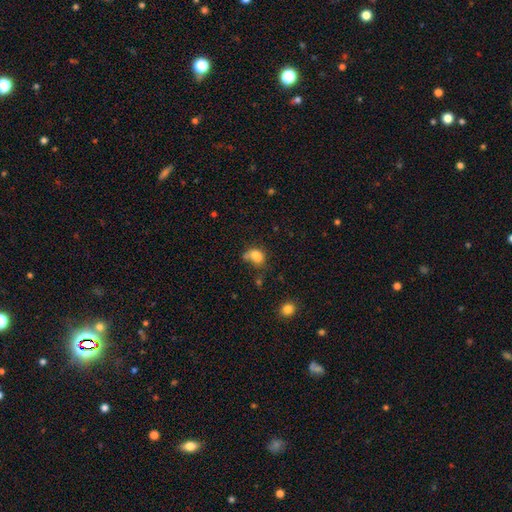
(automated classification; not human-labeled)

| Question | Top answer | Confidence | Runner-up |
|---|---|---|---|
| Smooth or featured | smooth | 78% | star or artifact (12%) |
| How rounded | in between | 66% | round (32%) |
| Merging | none | 37% | merger (28%) |